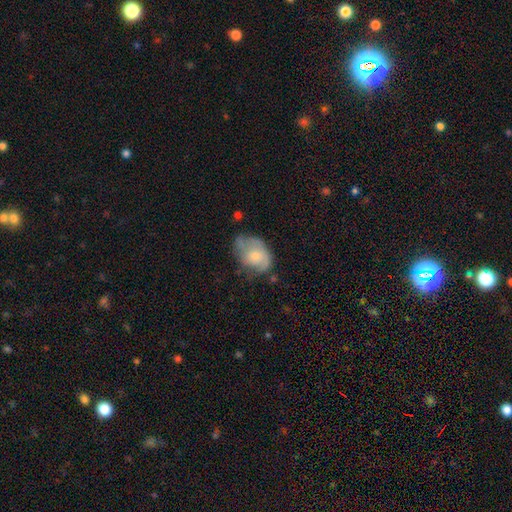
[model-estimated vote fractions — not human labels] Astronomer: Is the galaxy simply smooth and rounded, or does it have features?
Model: smooth — 48% (runner-up: featured or disk, 45%).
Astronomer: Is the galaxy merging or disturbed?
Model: none — 40% (runner-up: minor disturbance, 35%).